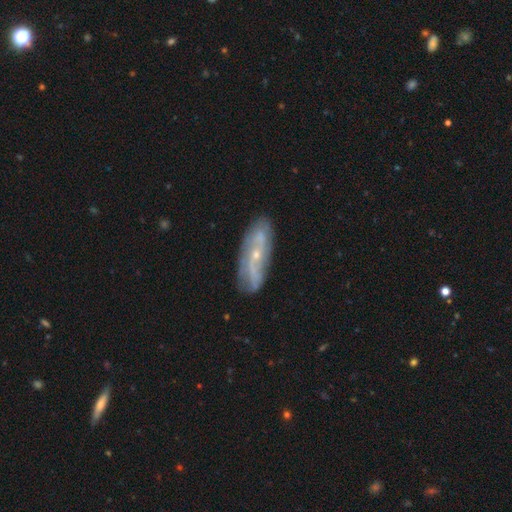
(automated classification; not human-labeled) A featured or disk galaxy (75%) with no bar (55%), 2 (59%) loose (38%) spiral arms (83%) and a small central bulge (72%). Merging: none (75%).